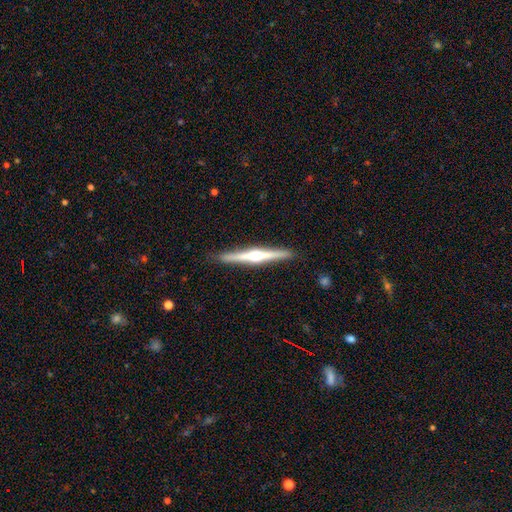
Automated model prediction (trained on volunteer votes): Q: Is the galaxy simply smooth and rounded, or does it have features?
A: featured or disk — 77%.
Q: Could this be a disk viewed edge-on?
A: yes — 98%.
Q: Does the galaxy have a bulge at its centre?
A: rounded — 91%.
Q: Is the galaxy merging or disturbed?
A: none — 91%.